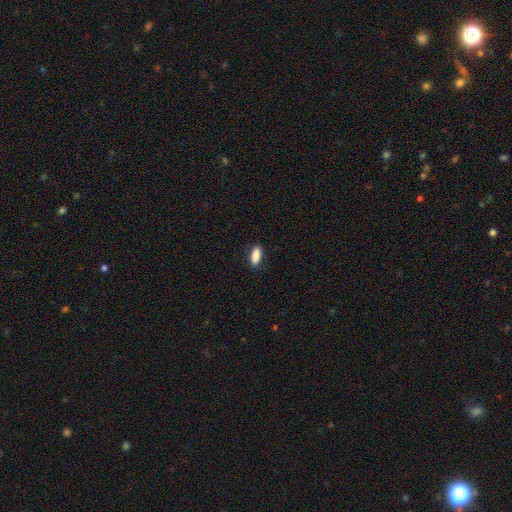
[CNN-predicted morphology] The model was most divided on "how rounded": in between: 72%, cigar-shaped: 26%, round: 2%. More confident: smooth or featured — smooth (89%); merging — none (86%).